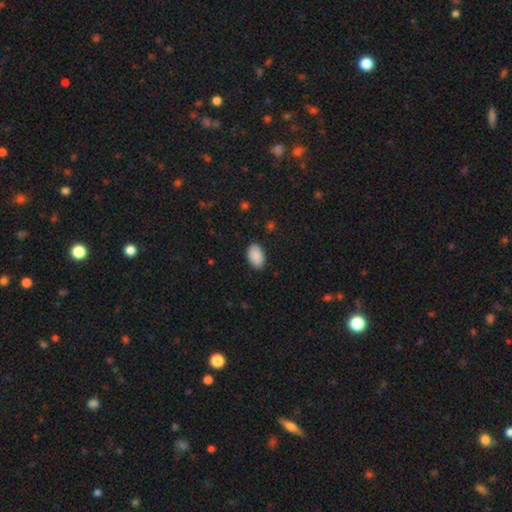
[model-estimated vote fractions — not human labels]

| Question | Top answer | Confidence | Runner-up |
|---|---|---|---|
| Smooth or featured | smooth | 90% | star or artifact (7%) |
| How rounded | in between | 92% | round (7%) |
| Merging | none | 86% | minor disturbance (10%) |